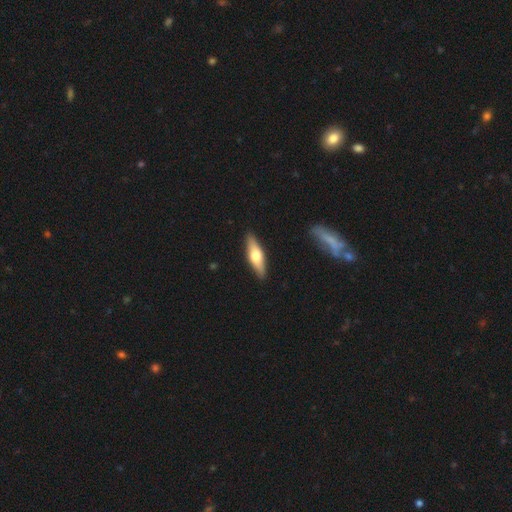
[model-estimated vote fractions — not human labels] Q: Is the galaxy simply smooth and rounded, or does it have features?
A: smooth — 53%.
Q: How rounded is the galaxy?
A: cigar-shaped — 55%.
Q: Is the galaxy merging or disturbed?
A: none — 89%.